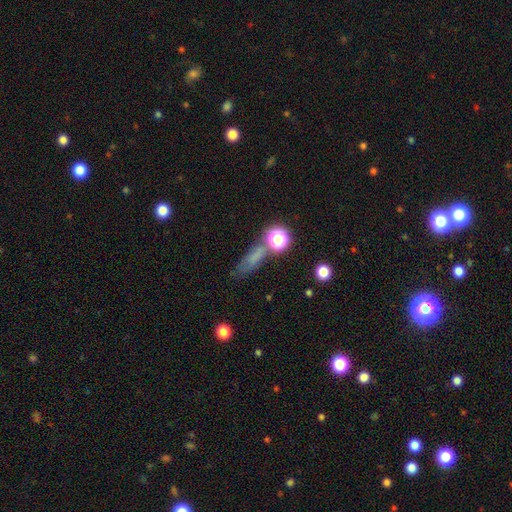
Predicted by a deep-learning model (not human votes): Morphology: type=smooth (54%); roundness=cigar-shaped (45%); merging=none (59%).